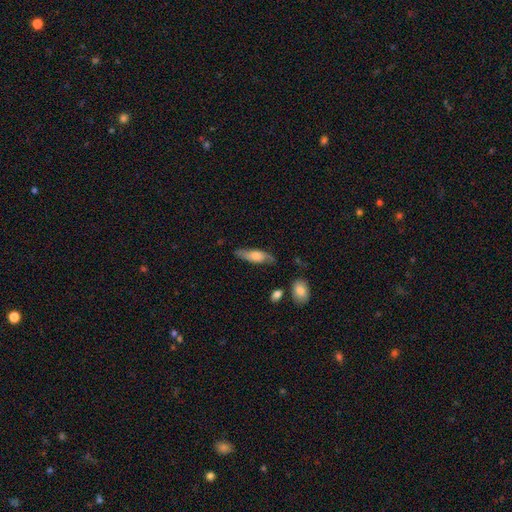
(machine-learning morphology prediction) This is possibly a smooth galaxy (53%). How rounded: possibly in between (52%). Merging: likely none (72%).